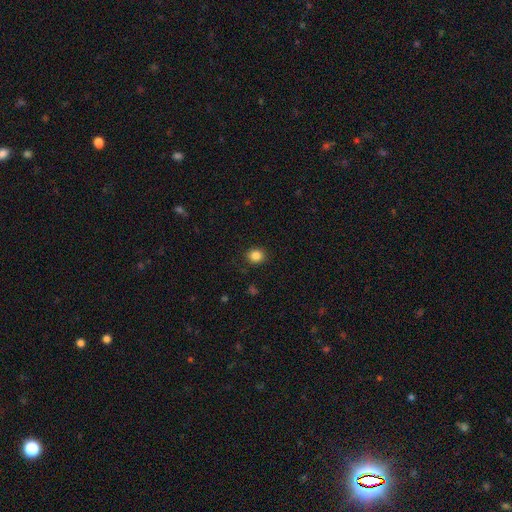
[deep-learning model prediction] Overall: smooth (85%). How rounded: round (79%). Merging: none (88%).